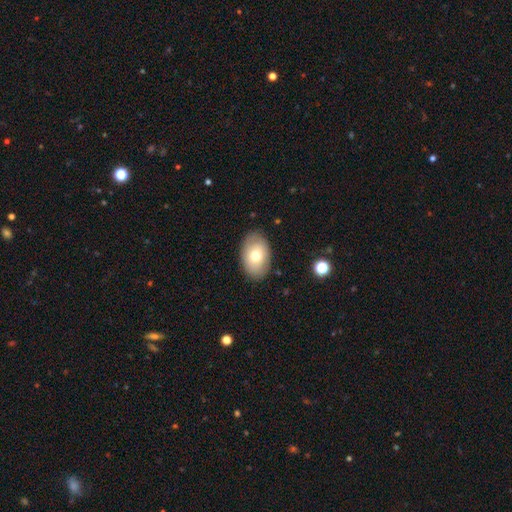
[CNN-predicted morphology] This is likely a smooth galaxy (70%). How rounded: clearly in between (88%). Merging: clearly none (85%).